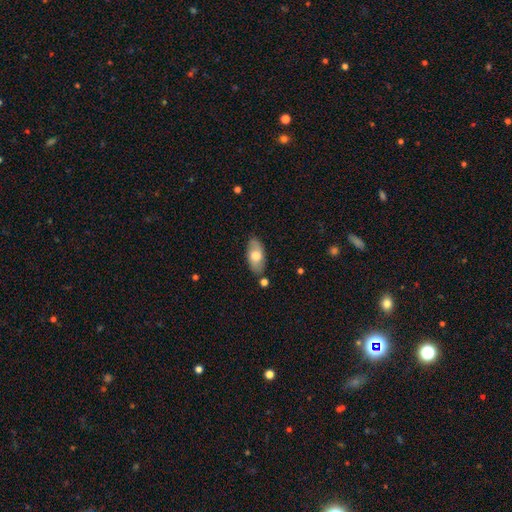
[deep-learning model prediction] Smooth or featured: smooth — 66% (featured or disk — 28%)
How rounded: in between — 92% (cigar-shaped — 5%)
Merging: none — 82% (minor disturbance — 13%)